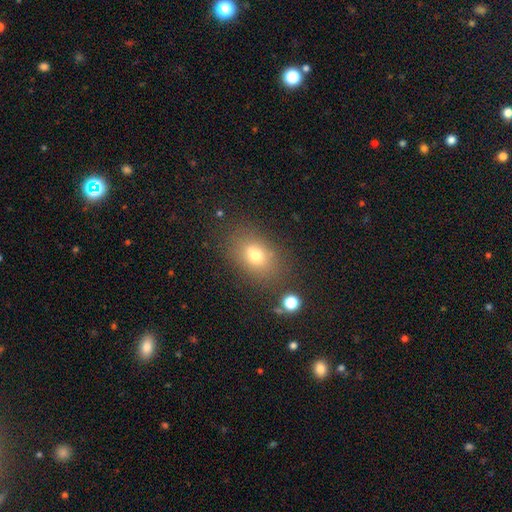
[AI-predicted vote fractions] The model was most divided on "how rounded": in between: 71%, round: 27%, cigar-shaped: 2%. More confident: smooth or featured — smooth (67%); merging — none (65%).